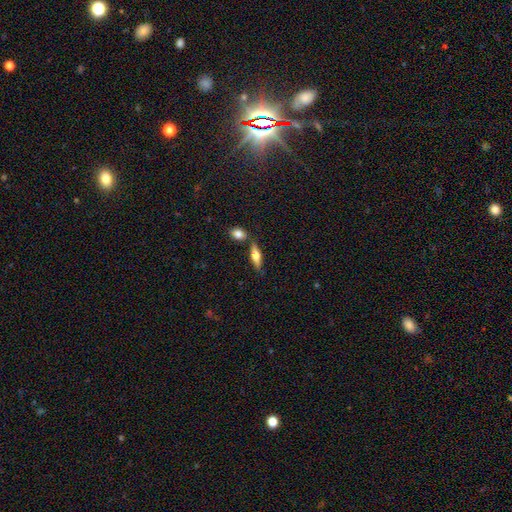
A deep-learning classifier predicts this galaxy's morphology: This appears to be a smooth galaxy with no disk features (50%). Merging: none (70%).